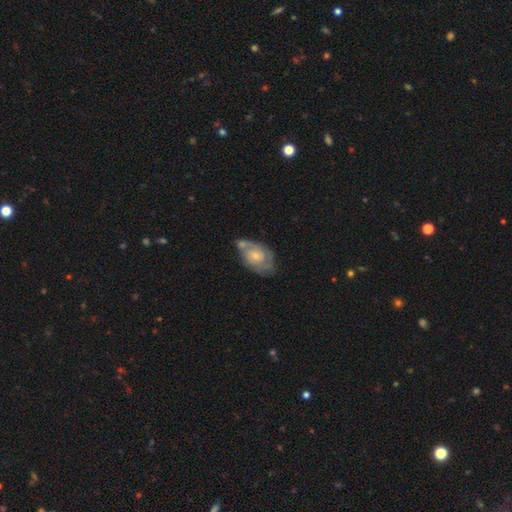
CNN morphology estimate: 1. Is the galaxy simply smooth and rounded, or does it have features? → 66% featured or disk, 28% smooth, 6% star or artifact.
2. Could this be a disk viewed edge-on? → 96% no, 4% yes.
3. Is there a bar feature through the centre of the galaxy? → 73% no, 23% weak, 3% strong.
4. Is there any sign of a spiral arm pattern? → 80% yes, 20% no.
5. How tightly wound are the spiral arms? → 54% tight, 34% medium, 11% loose.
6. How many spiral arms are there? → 49% 2, 30% can't tell, 9% 1, 8% 3, 2% 4, 2% more than 4.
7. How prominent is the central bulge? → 59% small, 35% moderate, 3% none, 2% large, 1% dominant.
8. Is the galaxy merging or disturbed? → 40% none, 25% merger, 24% minor disturbance, 11% major disturbance.